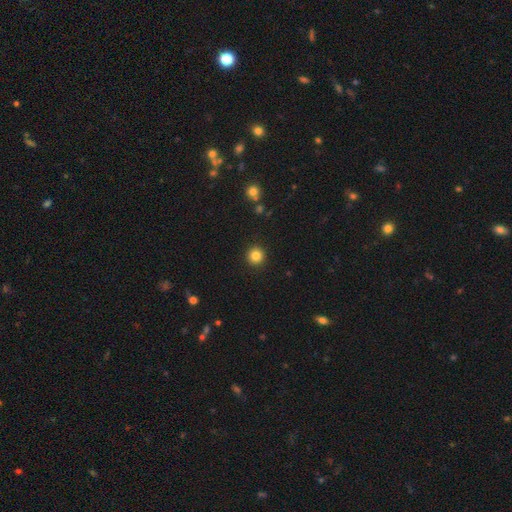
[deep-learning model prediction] smooth 84%, star or artifact 11%, featured or disk 5%. Down the decision tree: how rounded — round (94%); merging — none (92%).